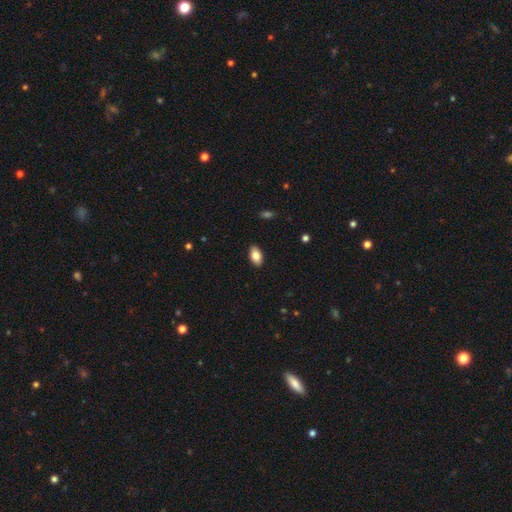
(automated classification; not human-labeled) Q: Smooth or featured?
A: smooth (84%); runner-up: featured or disk (9%)
Q: How rounded?
A: in between (93%); runner-up: round (5%)
Q: Merging?
A: none (89%); runner-up: minor disturbance (8%)